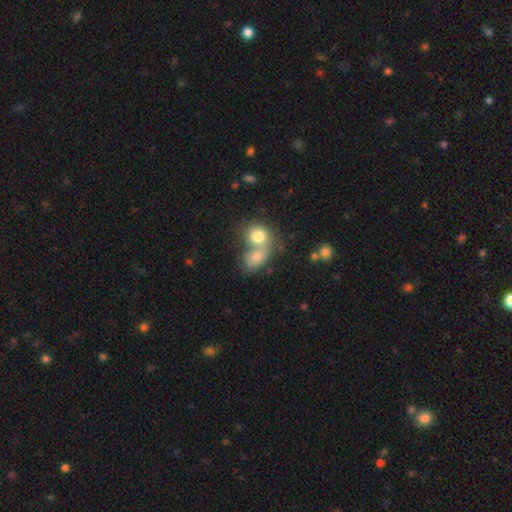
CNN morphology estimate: smooth-or-featured: smooth: 75% | featured or disk: 16% | star or artifact: 10%
  how-rounded: in between: 60% | round: 38% | cigar-shaped: 2%
  merging: merger: 66% | none: 22% | minor disturbance: 8% | major disturbance: 5%